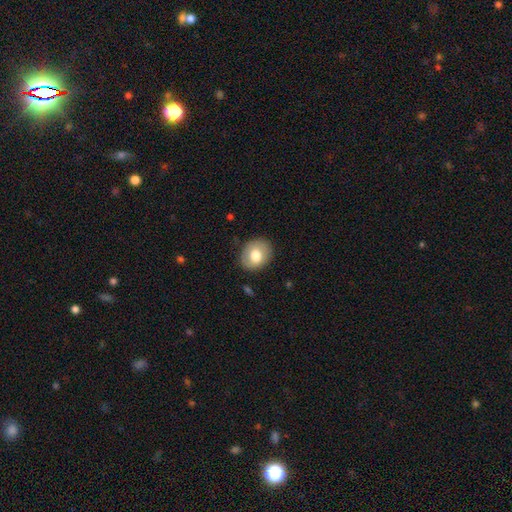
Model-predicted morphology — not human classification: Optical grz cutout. It shows a smooth galaxy with no disk features (75%) that is round (52%). Merging: none (85%).